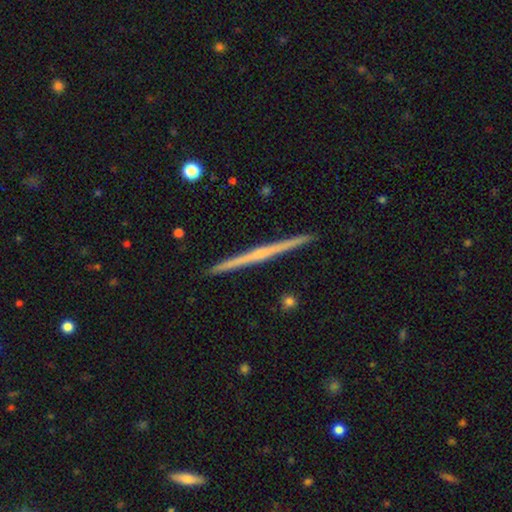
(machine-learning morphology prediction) A featured or disk galaxy (73%) viewed edge-on (98%) with no central bulge (48%).

Vote fractions:
- Smooth or featured? featured or disk: 73% / smooth: 20% / star or artifact: 7%
- Edge-on disk? yes: 98% / no: 2%
- Edge-on bulge? none: 48% / rounded: 45% / boxy: 7%
- Merging? none: 92% / minor disturbance: 6% / merger: 1% / major disturbance: 1%